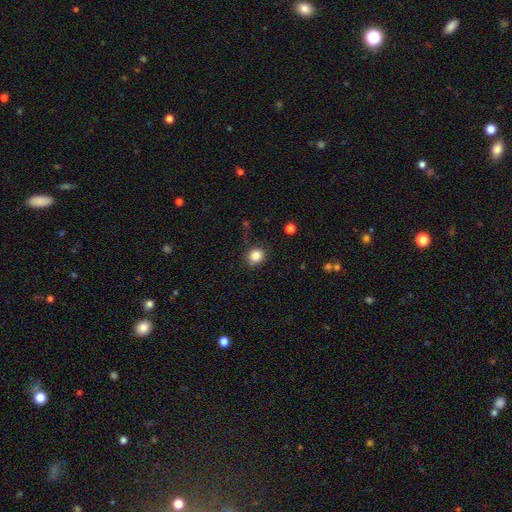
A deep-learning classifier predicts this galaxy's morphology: Smooth or featured? Predicted: smooth (p=0.84). How rounded? Predicted: round (p=0.79). Merging? Predicted: none (p=0.72).